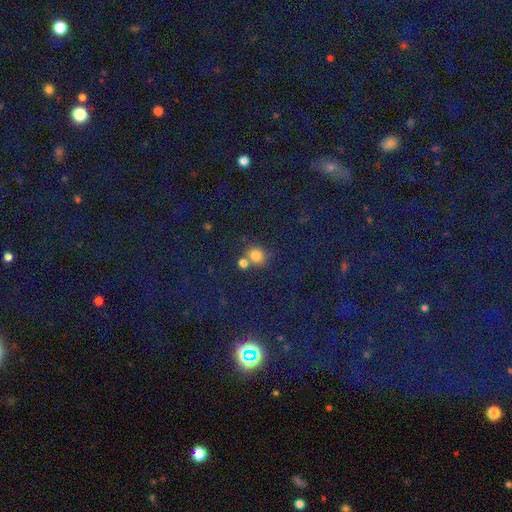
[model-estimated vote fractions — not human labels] The model was most divided on "merging": none: 56%, merger: 29%, minor disturbance: 10%, major disturbance: 5%. More confident: how rounded — round (81%); smooth or featured — smooth (74%).